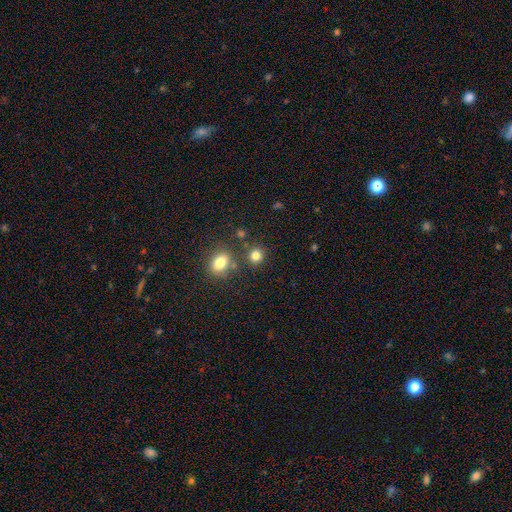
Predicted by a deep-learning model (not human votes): This is clearly a smooth galaxy (82%). How rounded: clearly round (82%). Merging: likely none (78%).